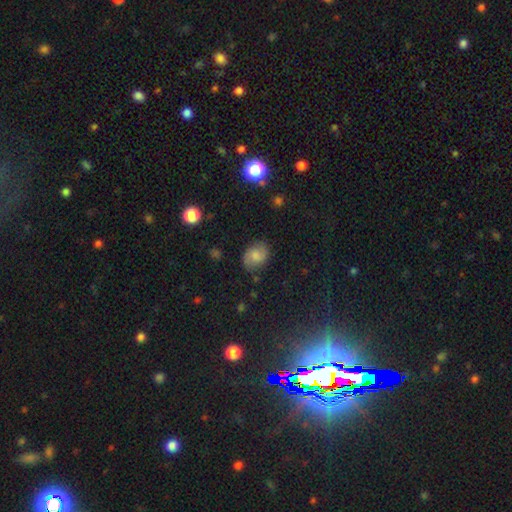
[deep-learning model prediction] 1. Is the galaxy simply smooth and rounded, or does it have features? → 53% smooth, 36% featured or disk, 11% star or artifact.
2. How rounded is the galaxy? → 57% in between, 42% round, 1% cigar-shaped.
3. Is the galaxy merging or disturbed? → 77% none, 16% minor disturbance, 5% major disturbance, 2% merger.